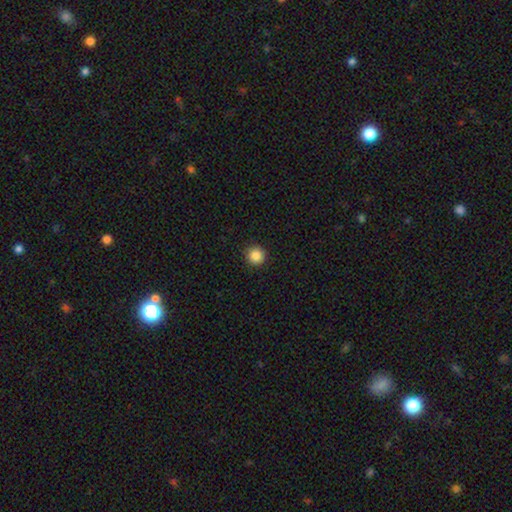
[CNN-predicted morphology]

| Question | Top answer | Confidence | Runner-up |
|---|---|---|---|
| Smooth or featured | smooth | 86% | star or artifact (10%) |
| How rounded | round | 95% | in between (4%) |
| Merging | none | 92% | minor disturbance (5%) |